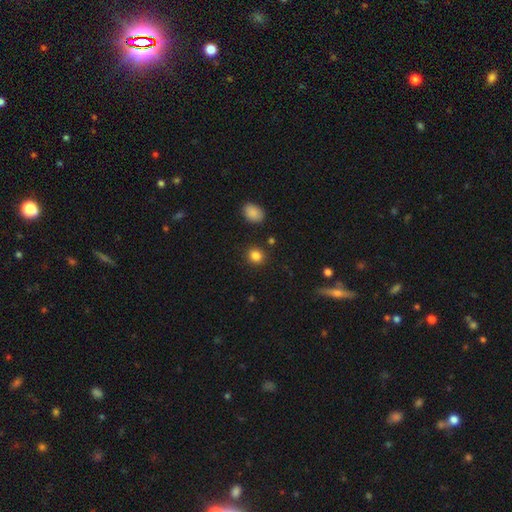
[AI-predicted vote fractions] A smooth galaxy with no disk features (85%) that is round (79%). Merging: none (89%).